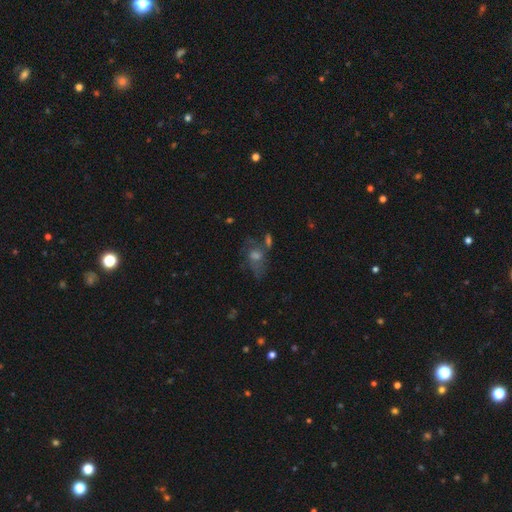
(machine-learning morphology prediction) Smooth or featured? featured or disk (47%)
Merging? none (44%)